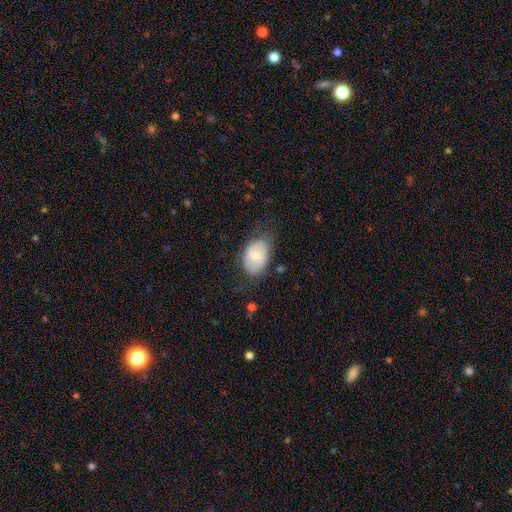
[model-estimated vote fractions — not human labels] smooth 74%, featured or disk 20%, star or artifact 7%. Down the decision tree: how rounded — in between (86%); merging — none (56%).